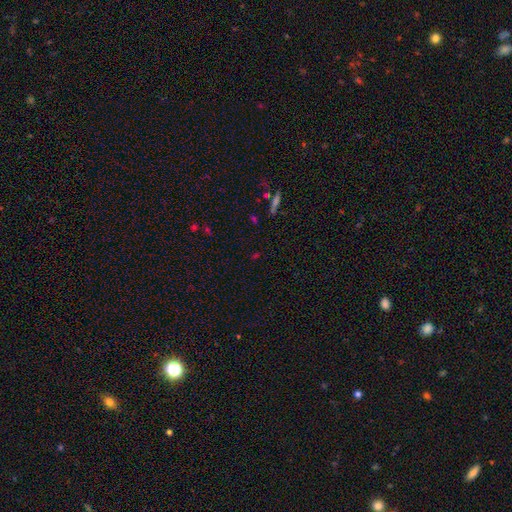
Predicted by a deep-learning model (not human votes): A star or artifact, not a galaxy (56%).

Vote fractions:
- Smooth or featured? star or artifact: 56% / smooth: 33% / featured or disk: 11%